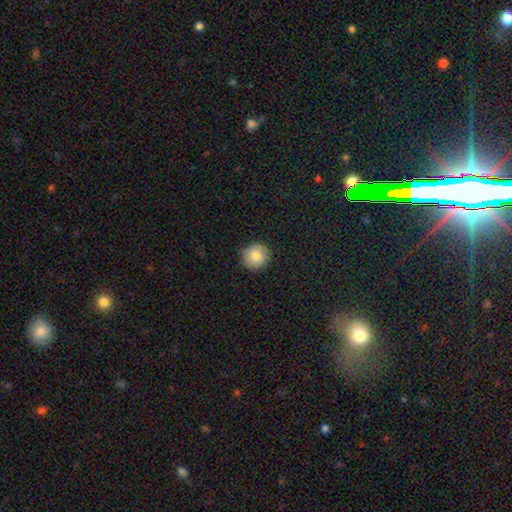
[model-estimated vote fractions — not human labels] This is clearly a smooth galaxy (81%). How rounded: clearly round (91%). Merging: clearly none (89%).